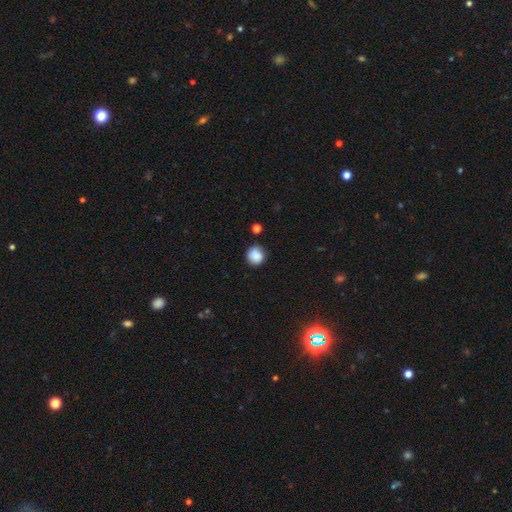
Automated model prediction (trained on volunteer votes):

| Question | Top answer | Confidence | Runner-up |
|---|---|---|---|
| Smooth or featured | smooth | 87% | star or artifact (9%) |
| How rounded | round | 90% | in between (9%) |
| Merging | none | 81% | minor disturbance (13%) |